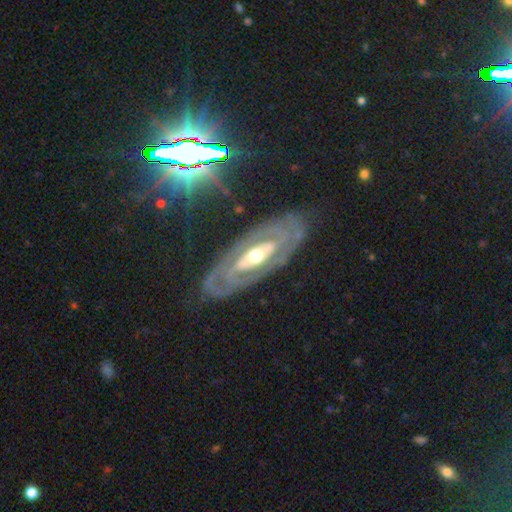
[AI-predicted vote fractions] Overall: featured or disk (86%). Edge-on disk: no (90%). Bar: no (57%; weak 23%). Spiral arms: yes (77%). Spiral arm count: 2 (56%; can't tell 26%). Spiral winding: tight (65%; medium 26%). Bulge size: moderate (68%). Merging: none (78%).